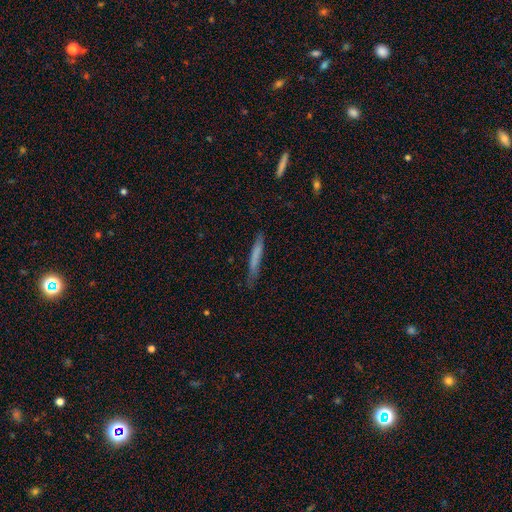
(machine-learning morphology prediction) This is likely a smooth galaxy (71%). How rounded: clearly cigar-shaped (95%). Merging: likely none (78%).